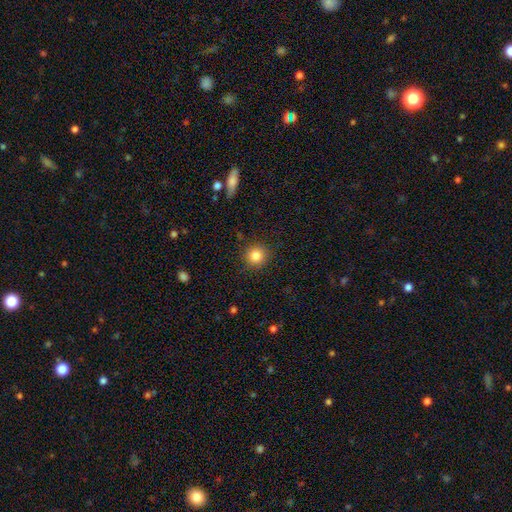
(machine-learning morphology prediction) Smooth or featured: smooth — 83% (star or artifact — 11%)
How rounded: round — 93% (in between — 6%)
Merging: none — 89% (minor disturbance — 7%)